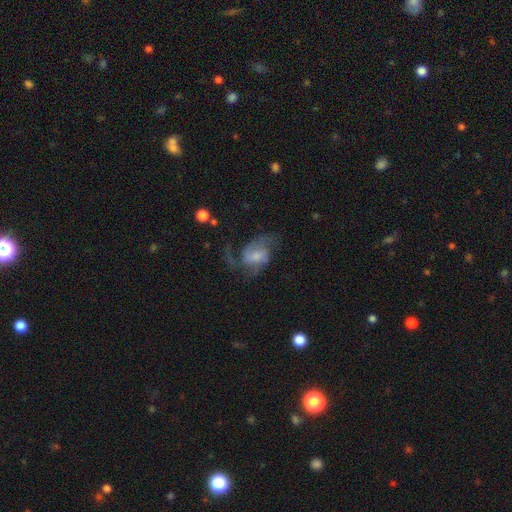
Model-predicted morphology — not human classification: Smooth or featured: featured or disk — 76% (smooth — 17%)
Edge-on disk: no — 97% (yes — 3%)
Bar: no — 47% (weak — 43%)
Spiral arms: yes — 91% (no — 9%)
Spiral winding: medium — 47% (loose — 39%)
Spiral arm count: 2 — 57% (3 — 16%)
Bulge size: small — 38% (moderate — 35%)
Merging: none — 46% (major disturbance — 31%)